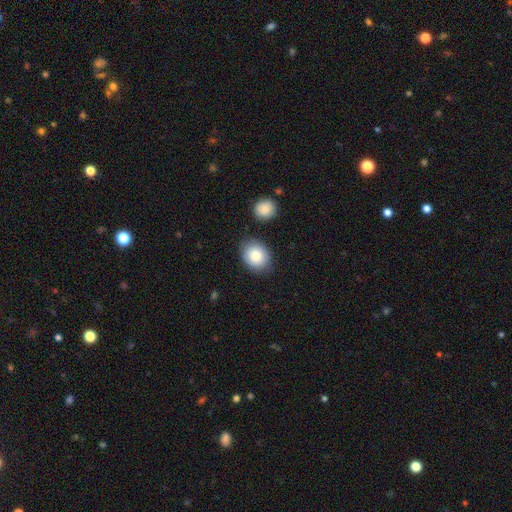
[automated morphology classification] A smooth galaxy with no disk features (85%) that is round (51%).

Vote fractions:
- Smooth or featured? smooth: 85% / featured or disk: 8% / star or artifact: 7%
- How rounded? round: 51% / in between: 49% / cigar-shaped: 1%
- Merging? none: 80% / minor disturbance: 12% / merger: 5% / major disturbance: 3%